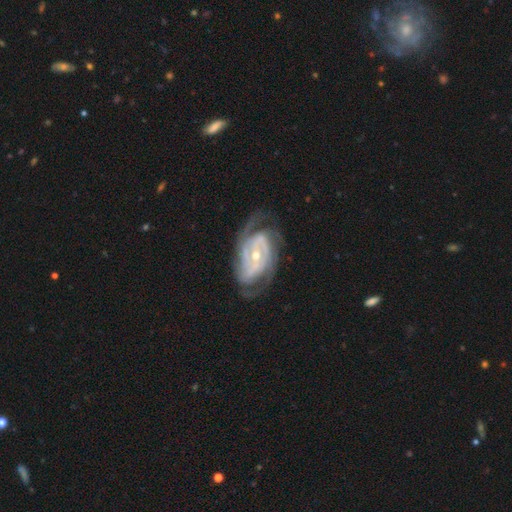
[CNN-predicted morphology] Q: Smooth or featured?
A: featured or disk (89%); runner-up: smooth (6%)
Q: Edge-on disk?
A: no (96%); runner-up: yes (4%)
Q: Bar?
A: no (43%); runner-up: weak (37%)
Q: Spiral arms?
A: yes (96%); runner-up: no (4%)
Q: Spiral winding?
A: tight (54%); runner-up: medium (36%)
Q: Spiral arm count?
A: 2 (45%); runner-up: 3 (22%)
Q: Bulge size?
A: small (51%); runner-up: moderate (45%)
Q: Merging?
A: none (67%); runner-up: minor disturbance (19%)